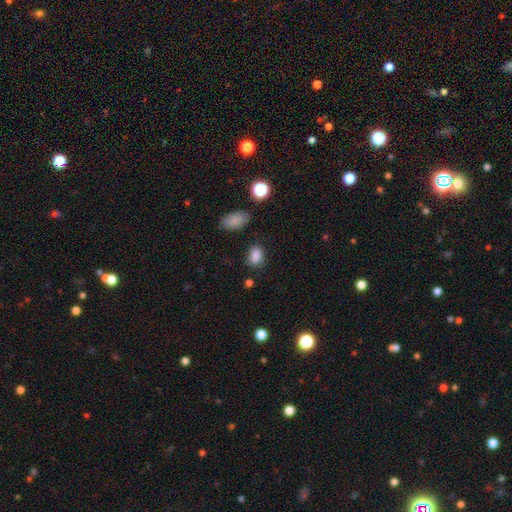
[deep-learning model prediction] Smooth or featured? Predicted: smooth (p=0.85). How rounded? Predicted: in between (p=0.81). Merging? Predicted: none (p=0.77).